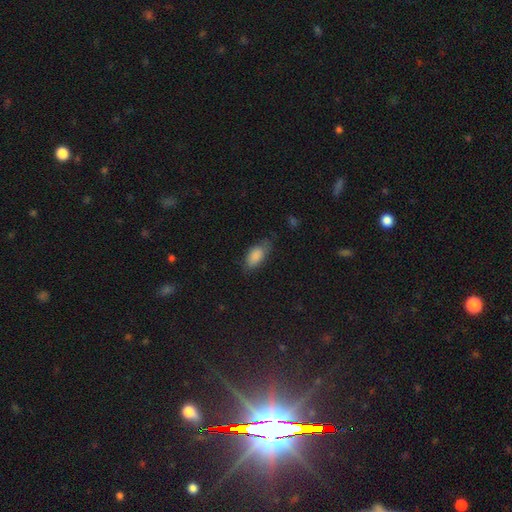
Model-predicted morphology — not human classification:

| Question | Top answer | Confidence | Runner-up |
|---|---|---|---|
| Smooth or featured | smooth | 85% | featured or disk (7%) |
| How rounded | in between | 88% | cigar-shaped (9%) |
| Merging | none | 63% | minor disturbance (28%) |